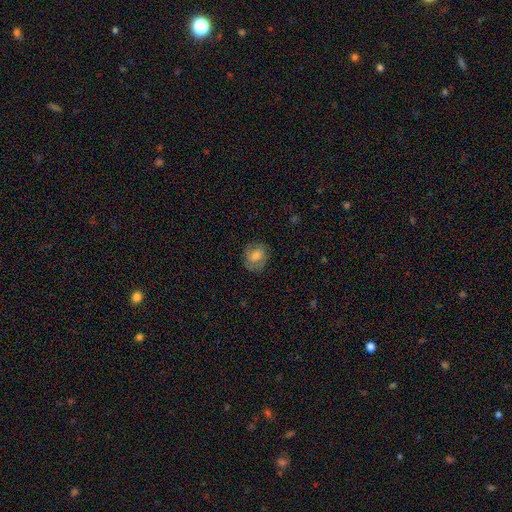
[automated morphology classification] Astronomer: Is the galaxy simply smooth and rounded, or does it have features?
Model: smooth — 59%.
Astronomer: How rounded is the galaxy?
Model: round — 53% (runner-up: in between, 46%).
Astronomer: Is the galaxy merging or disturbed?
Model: none — 75%.